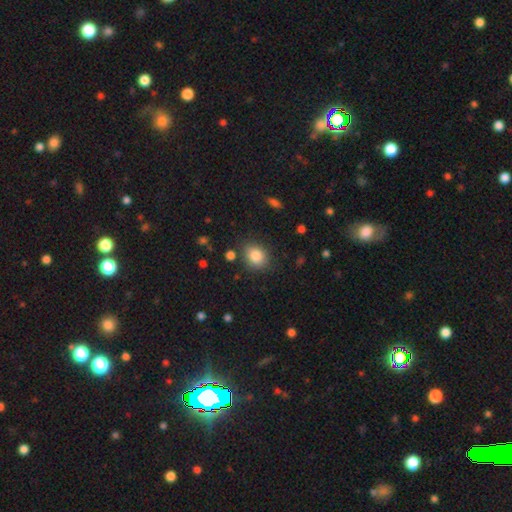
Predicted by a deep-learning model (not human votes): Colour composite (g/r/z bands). It shows a smooth galaxy with no disk features (84%) that is round (60%). Merging: none (80%).